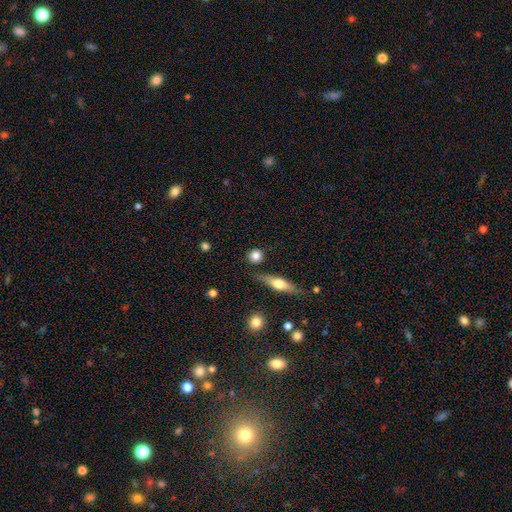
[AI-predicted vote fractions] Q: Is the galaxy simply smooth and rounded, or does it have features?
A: smooth — 81%.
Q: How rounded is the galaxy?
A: round — 86%.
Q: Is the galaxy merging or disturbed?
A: none — 83%.